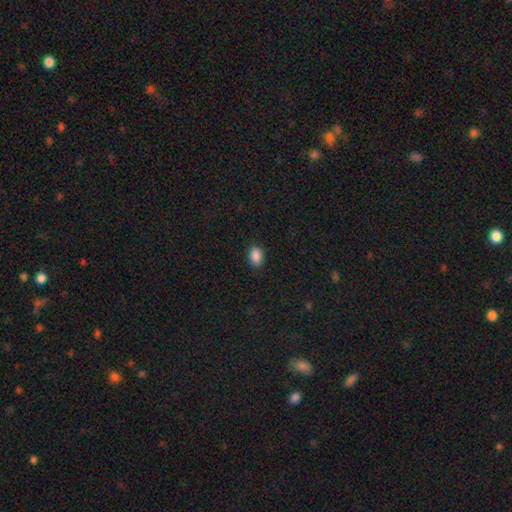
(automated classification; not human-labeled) smooth_or_featured: smooth (p=0.88) [alt: star or artifact p=0.09]
how_rounded: in between (p=0.85) [alt: round p=0.14]
merging: none (p=0.88) [alt: minor disturbance p=0.09]